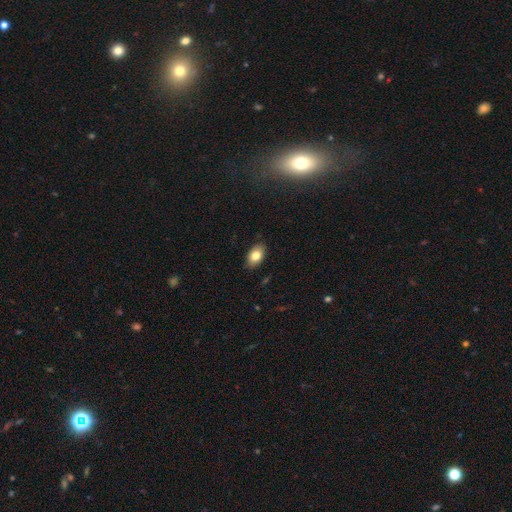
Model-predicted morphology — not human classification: This appears to be a smooth galaxy with no disk features (80%) that is in between round and cigar-shaped (91%). Merging: none (86%).